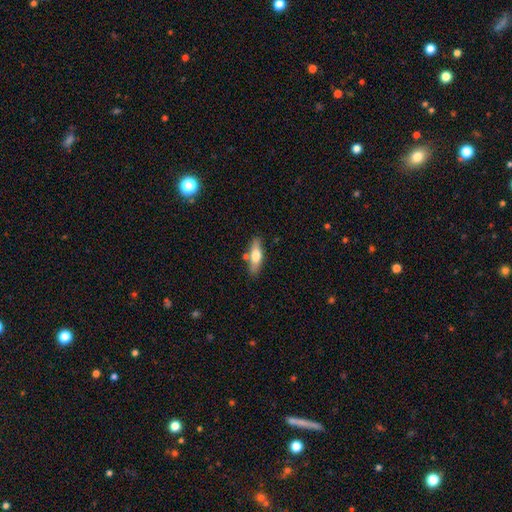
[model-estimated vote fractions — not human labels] The model was most divided on "how rounded": in between: 53%, cigar-shaped: 44%, round: 3%. More confident: merging — none (75%); smooth or featured — smooth (63%).